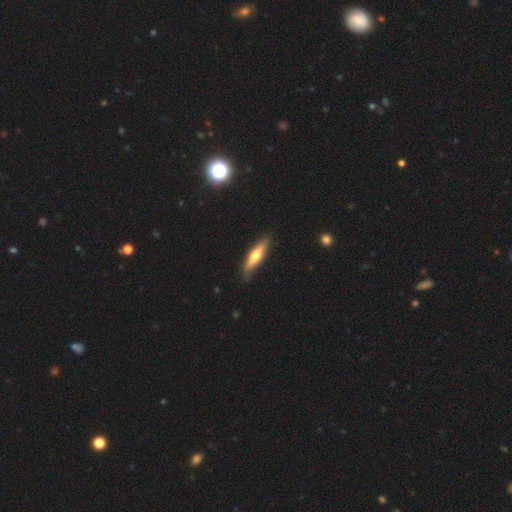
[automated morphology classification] The model was most divided on "smooth or featured": featured or disk: 49%, smooth: 46%, star or artifact: 5%. More confident: merging — none (84%).